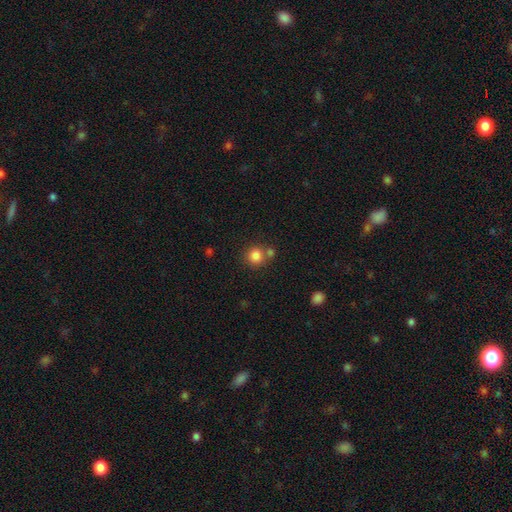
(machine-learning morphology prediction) type=smooth (84%); roundness=round (90%); merging=none (65%).